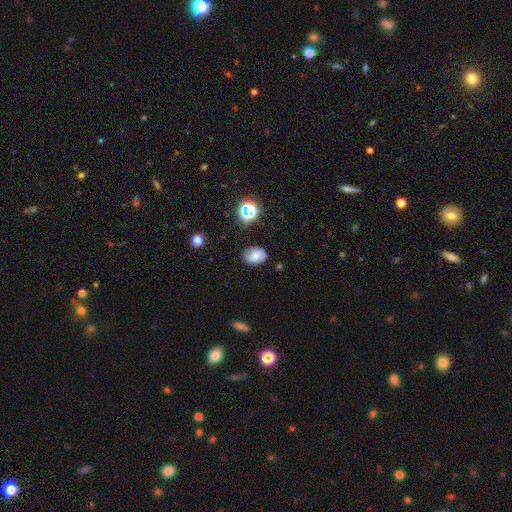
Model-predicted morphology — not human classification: Smooth or featured?
  - smooth: 73% *
  - star or artifact: 14%
  - featured or disk: 13%
How rounded?
  - in between: 72% *
  - round: 27%
  - cigar-shaped: 1%
Merging?
  - none: 80% *
  - minor disturbance: 15%
  - major disturbance: 3%
  - merger: 2%